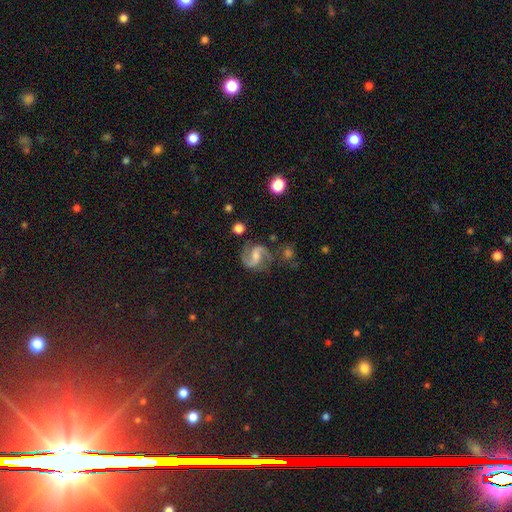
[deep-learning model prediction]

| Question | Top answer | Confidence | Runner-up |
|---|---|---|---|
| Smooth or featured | featured or disk | 89% | smooth (6%) |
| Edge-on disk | no | 98% | yes (2%) |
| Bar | weak | 47% | no (30%) |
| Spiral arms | yes | 98% | no (2%) |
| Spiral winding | medium | 56% | loose (31%) |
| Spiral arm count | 2 | 94% | can't tell (2%) |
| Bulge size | moderate | 42% | small (39%) |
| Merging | none | 77% | minor disturbance (14%) |